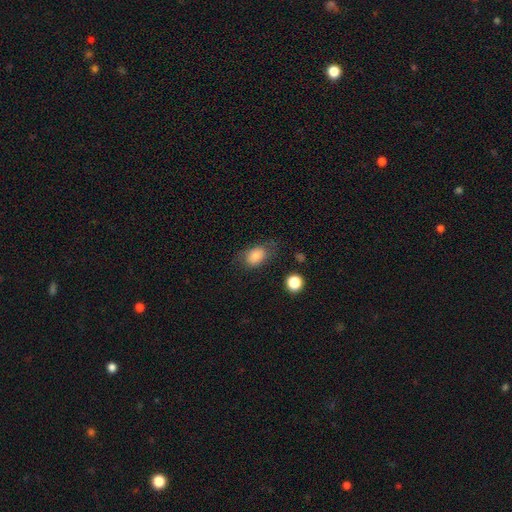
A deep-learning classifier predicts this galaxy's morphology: A smooth galaxy with no disk features (84%) that is in between round and cigar-shaped (82%).

Vote fractions:
- Smooth or featured? smooth: 84% / star or artifact: 9% / featured or disk: 7%
- How rounded? in between: 82% / round: 16% / cigar-shaped: 2%
- Merging? none: 63% / minor disturbance: 24% / major disturbance: 11% / merger: 3%